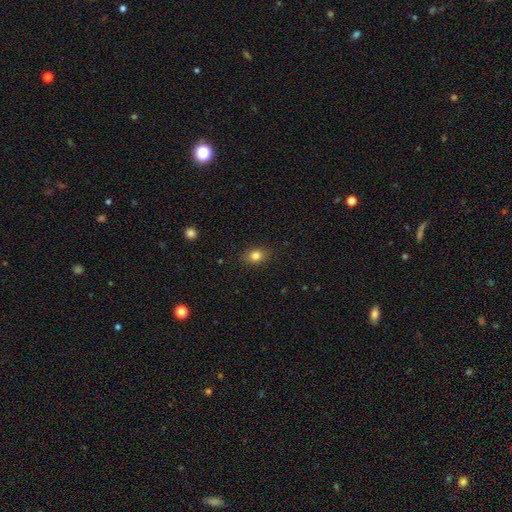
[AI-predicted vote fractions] Overall: smooth (82%). How rounded: in between (66%; round 32%). Merging: none (87%).